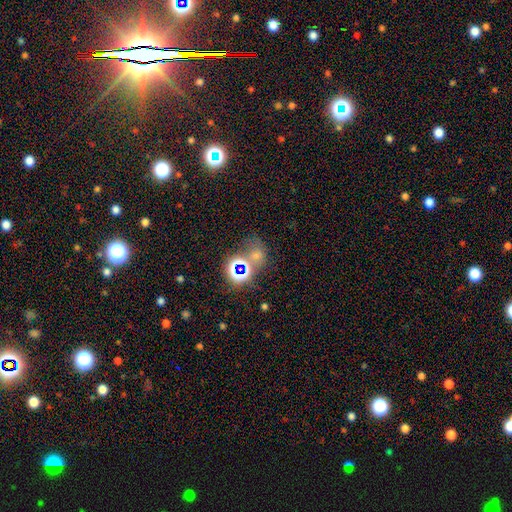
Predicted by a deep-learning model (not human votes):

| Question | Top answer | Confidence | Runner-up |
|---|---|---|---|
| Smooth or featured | star or artifact | 60% | smooth (29%) |